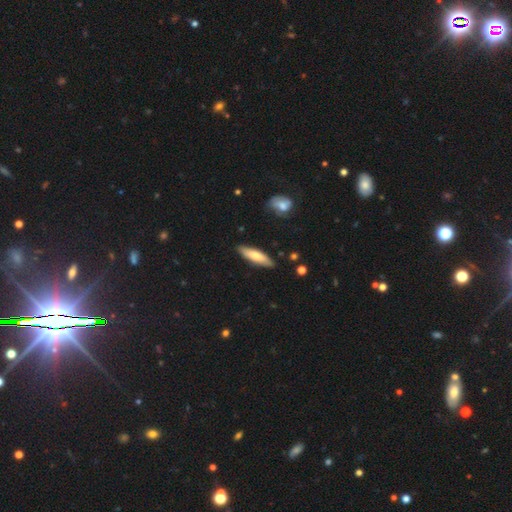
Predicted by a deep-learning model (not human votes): This is likely a smooth galaxy (69%). How rounded: likely cigar-shaped (67%). Merging: clearly none (85%).